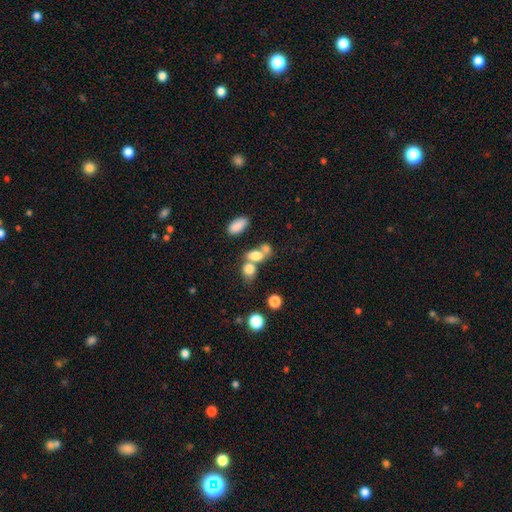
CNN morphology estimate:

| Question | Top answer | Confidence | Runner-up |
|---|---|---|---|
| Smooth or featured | smooth | 76% | featured or disk (12%) |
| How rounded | in between | 66% | round (31%) |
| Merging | merger | 48% | none (35%) |